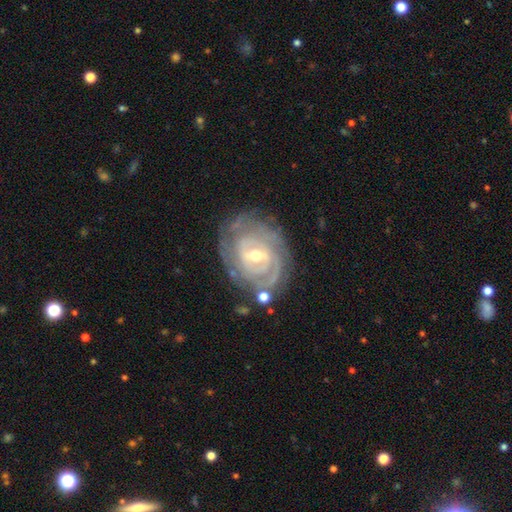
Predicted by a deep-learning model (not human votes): smooth-or-featured: featured or disk: 88% | smooth: 7% | star or artifact: 5%
  disk-edge-on: no: 97% | yes: 3%
    bar: weak: 53% | strong: 26% | no: 22%
    has-spiral-arms: yes: 95% | no: 5%
      spiral-winding: tight: 77% | medium: 19% | loose: 4%
      spiral-arm-count: can't tell: 32% | 2: 27% | 3: 21% | 4: 11% | 1: 5% | more than 4: 5%
    bulge-size: moderate: 56% | small: 40% | large: 2% | none: 1% | dominant: 1%
  merging: none: 70% | minor disturbance: 19% | major disturbance: 7% | merger: 3%